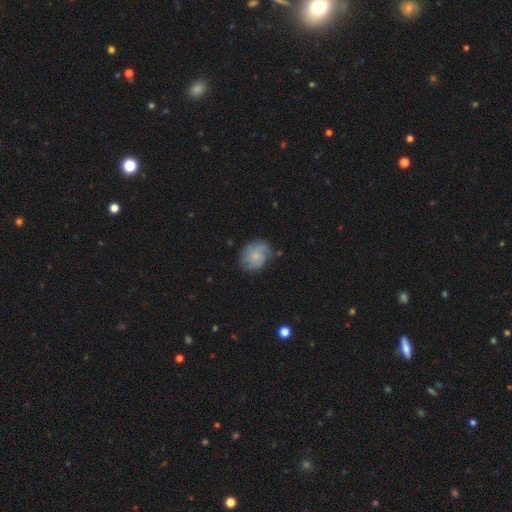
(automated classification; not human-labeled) This appears to be a featured or disk galaxy (59%) with no bar (79%), spiral arms (86%) and a small central bulge (67%). Merging: none (68%).